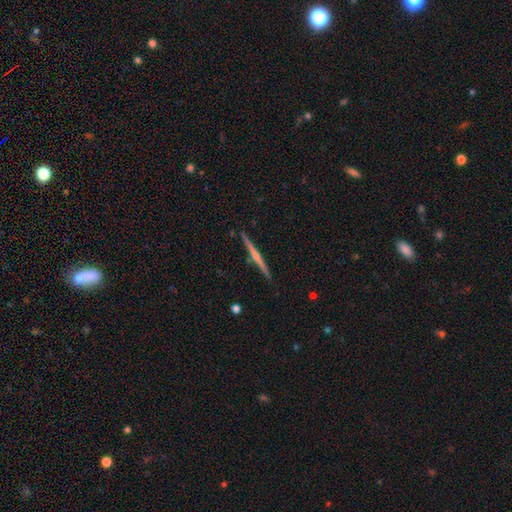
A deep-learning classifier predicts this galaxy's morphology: Smooth or featured: featured or disk — 75% (smooth — 19%)
Edge-on disk: yes — 98% (no — 2%)
Edge-on bulge: rounded — 63% (none — 30%)
Merging: none — 91% (minor disturbance — 6%)